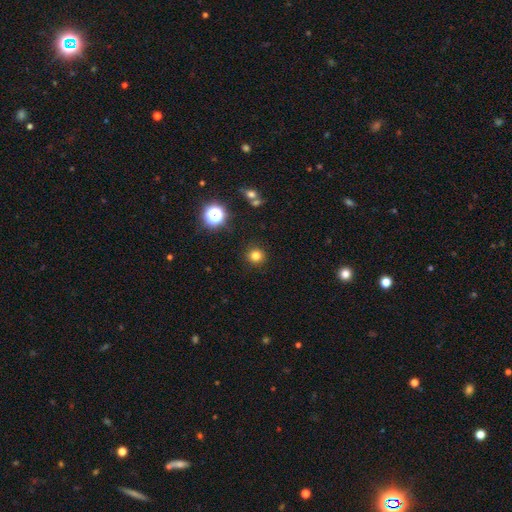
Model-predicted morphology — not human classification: smooth-or-featured: smooth: 79% | star or artifact: 15% | featured or disk: 5%
  how-rounded: round: 93% | in between: 6% | cigar-shaped: 1%
  merging: none: 91% | minor disturbance: 5% | major disturbance: 2% | merger: 1%